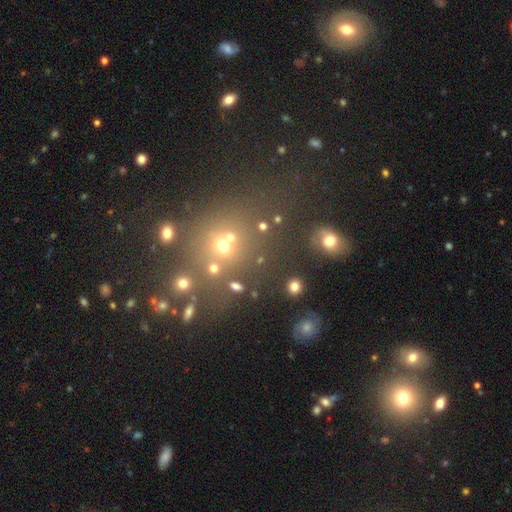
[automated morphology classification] A star or artifact, not a galaxy (46%).